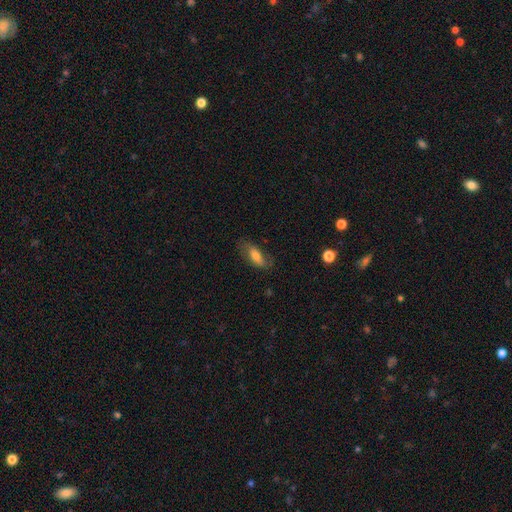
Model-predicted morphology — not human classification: Overall: smooth (66%). How rounded: in between (72%). Merging: none (67%).